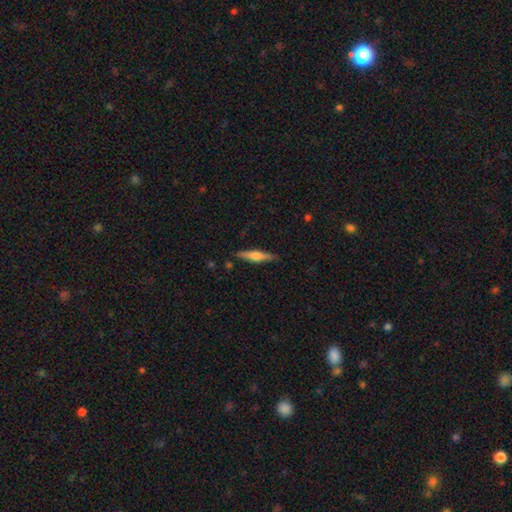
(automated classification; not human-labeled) A featured or disk galaxy (51%) viewed edge-on (96%). Merging: none (88%).